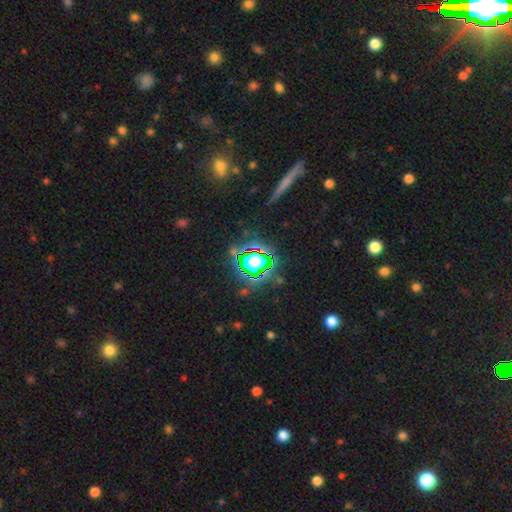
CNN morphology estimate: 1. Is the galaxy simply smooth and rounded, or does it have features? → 68% star or artifact, 20% smooth, 13% featured or disk.